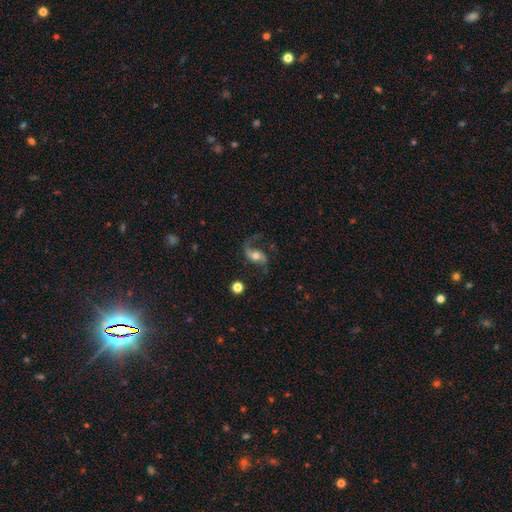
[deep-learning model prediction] featured or disk 82%, smooth 11%, star or artifact 7%. Down the decision tree: edge-on disk — no (96%); bar — no (53%); spiral arms — yes (95%); spiral arm count — 2 (87%); spiral winding — loose (79%); bulge size — moderate (68%); merging — none (66%).